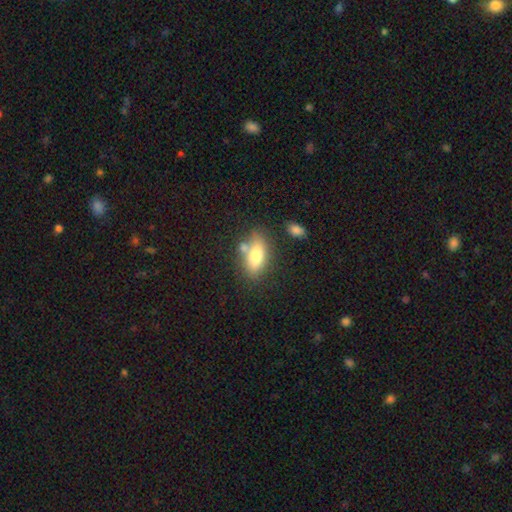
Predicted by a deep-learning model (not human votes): Overall: smooth (75%). How rounded: in between (85%). Merging: none (61%).